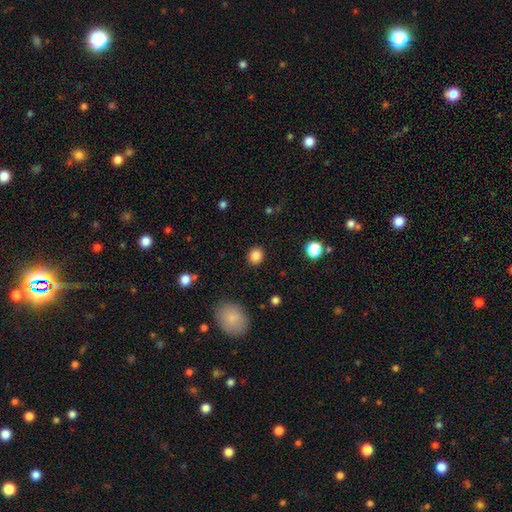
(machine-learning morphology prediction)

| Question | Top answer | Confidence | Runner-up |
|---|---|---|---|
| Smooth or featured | smooth | 85% | star or artifact (10%) |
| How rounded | round | 82% | in between (17%) |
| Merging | none | 90% | minor disturbance (6%) |